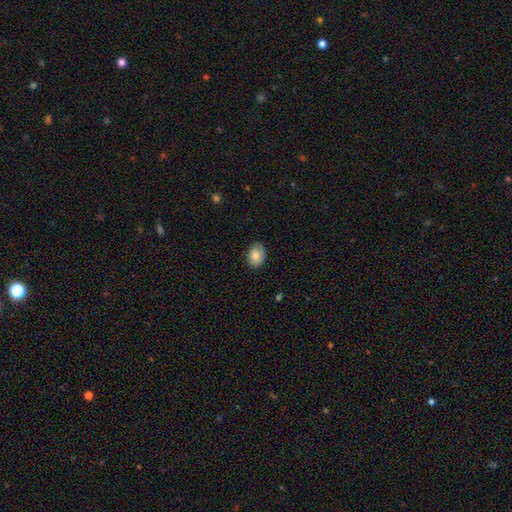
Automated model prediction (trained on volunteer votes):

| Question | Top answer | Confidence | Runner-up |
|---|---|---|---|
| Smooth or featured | smooth | 84% | featured or disk (8%) |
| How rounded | in between | 75% | round (24%) |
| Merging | none | 82% | minor disturbance (14%) |